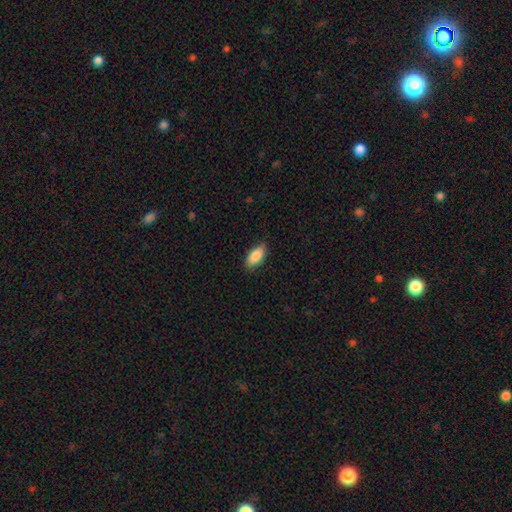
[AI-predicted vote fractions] A smooth galaxy with no disk features (87%) that is in between round and cigar-shaped (90%).

Vote fractions:
- Smooth or featured? smooth: 87% / featured or disk: 7% / star or artifact: 6%
- How rounded? in between: 90% / cigar-shaped: 7% / round: 2%
- Merging? none: 85% / minor disturbance: 12% / major disturbance: 2% / merger: 1%